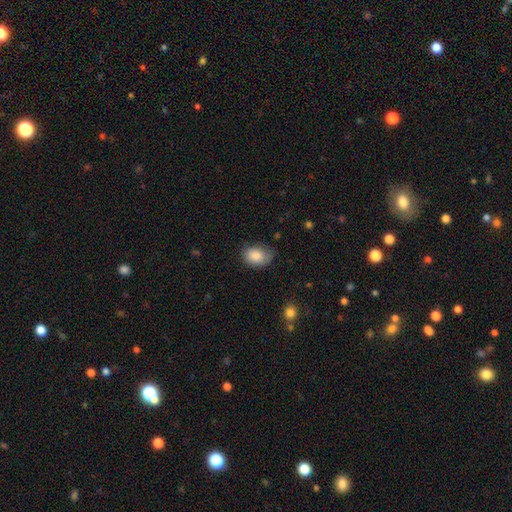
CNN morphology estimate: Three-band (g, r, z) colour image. It shows a smooth galaxy with no disk features (86%) that is in between round and cigar-shaped (76%). Merging: none (57%).